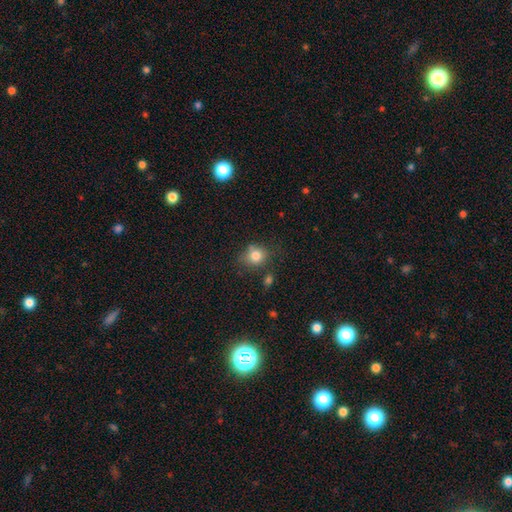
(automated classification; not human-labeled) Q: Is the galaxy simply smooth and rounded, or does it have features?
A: smooth — 80%.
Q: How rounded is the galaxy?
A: round — 69%.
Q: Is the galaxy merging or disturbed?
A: none — 63%.